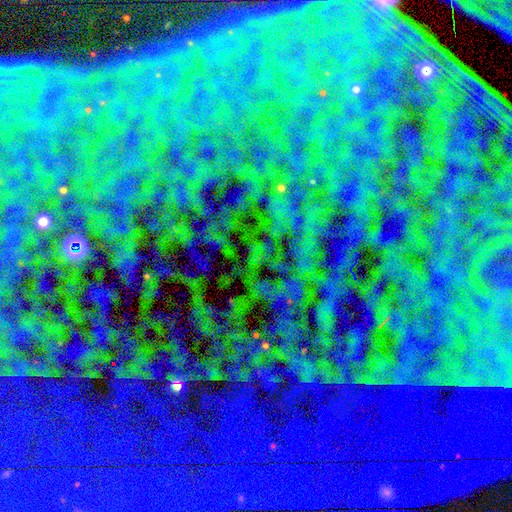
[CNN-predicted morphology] type=star or artifact (83%).